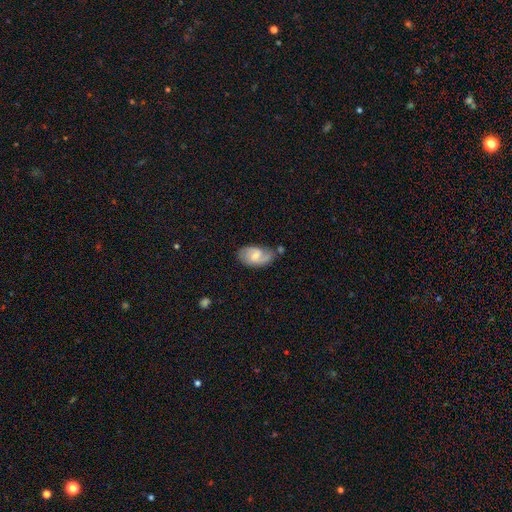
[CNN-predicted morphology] Smooth or featured? featured or disk (53%)
Edge-on disk? no (95%)
Merging? none (60%)